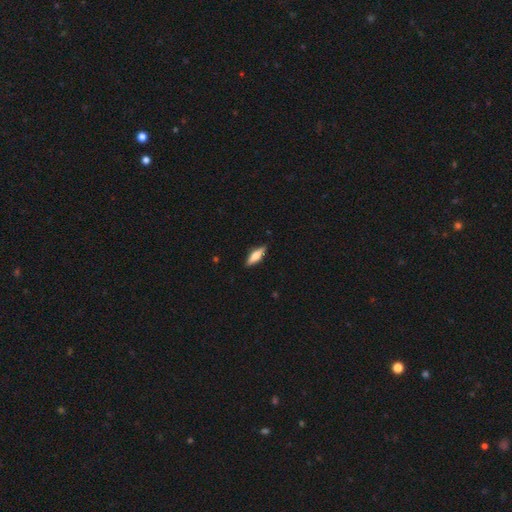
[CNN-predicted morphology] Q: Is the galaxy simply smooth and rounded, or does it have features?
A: smooth — 54%.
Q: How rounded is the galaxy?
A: cigar-shaped — 54%.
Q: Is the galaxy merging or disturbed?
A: none — 87%.